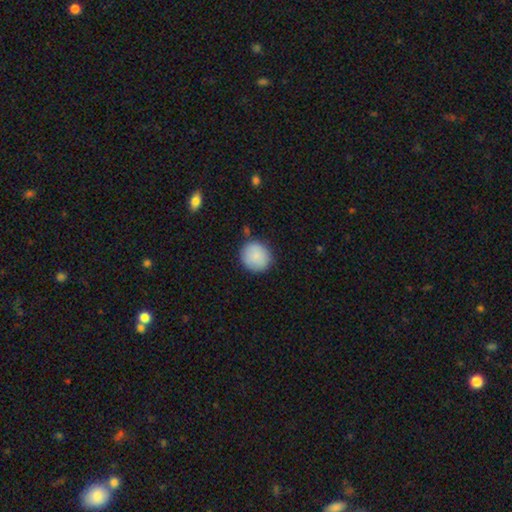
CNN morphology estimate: A smooth galaxy with no disk features (87%) that is round (91%). Merging: none (83%).